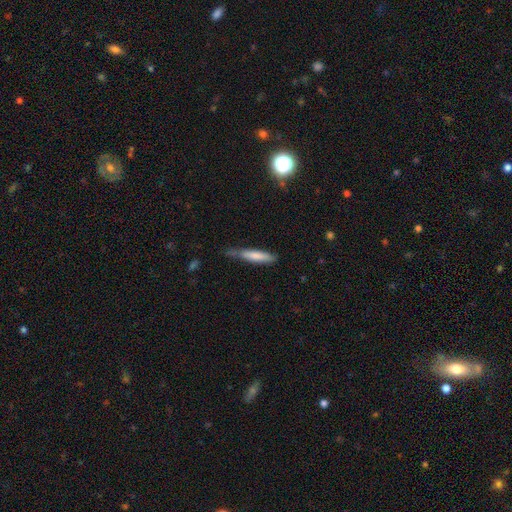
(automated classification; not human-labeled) Smooth or featured? smooth (75%)
How rounded? cigar-shaped (87%)
Merging? none (55%)